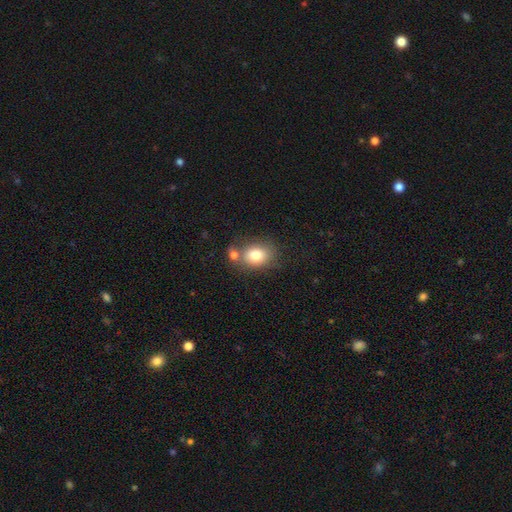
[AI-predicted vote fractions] Smooth or featured? Predicted: smooth (p=0.79). How rounded? Predicted: in between (p=0.55). Merging? Predicted: none (p=0.56).